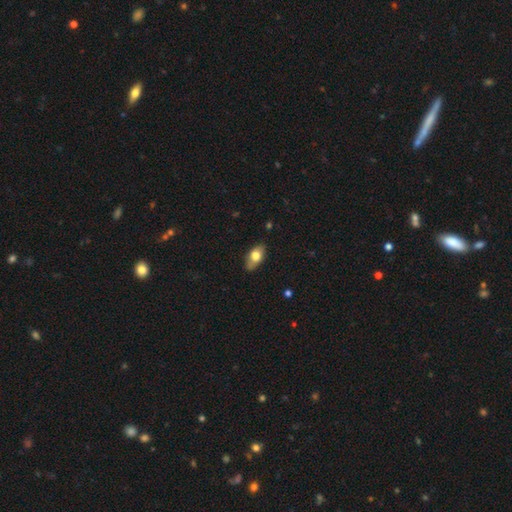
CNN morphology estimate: Overall: smooth (71%). How rounded: in between (89%). Merging: none (83%).